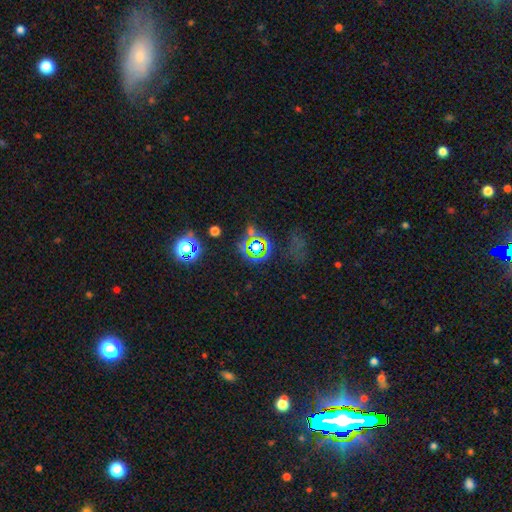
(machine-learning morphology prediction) Q: Smooth or featured?
A: star or artifact (66%); runner-up: smooth (22%)